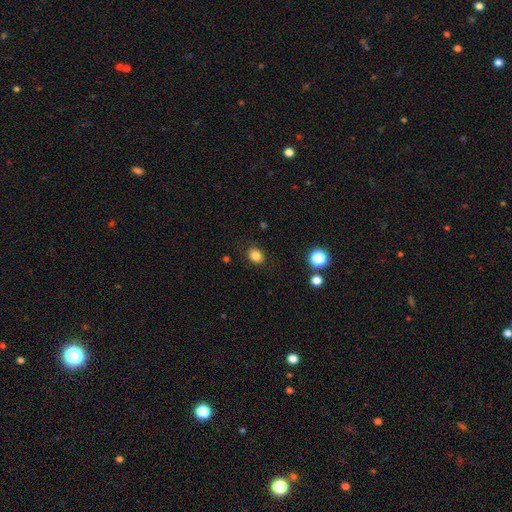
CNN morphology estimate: This is clearly a smooth galaxy (83%). How rounded: possibly in between (54%). Merging: clearly none (85%).